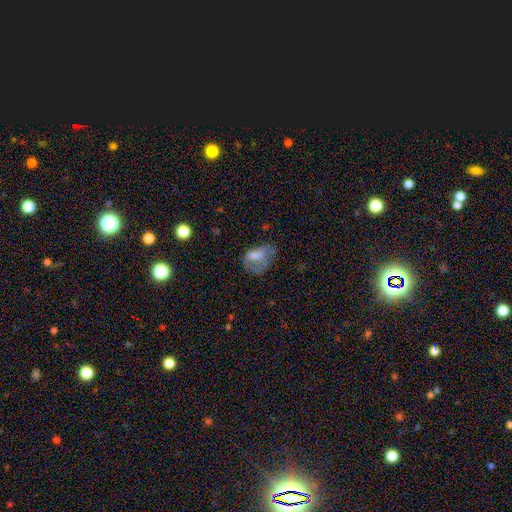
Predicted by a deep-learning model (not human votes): A smooth galaxy with no disk features (54%) that is in between round and cigar-shaped (74%).

Vote fractions:
- Smooth or featured? smooth: 54% / featured or disk: 34% / star or artifact: 13%
- How rounded? in between: 74% / round: 24% / cigar-shaped: 2%
- Merging? none: 35% / major disturbance: 34% / minor disturbance: 28% / merger: 3%